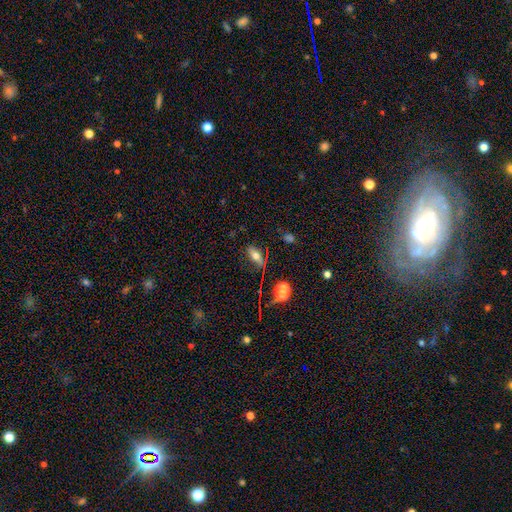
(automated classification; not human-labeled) This appears to be a smooth galaxy with no disk features (62%) that is in between round and cigar-shaped (77%). Merging: none (69%).